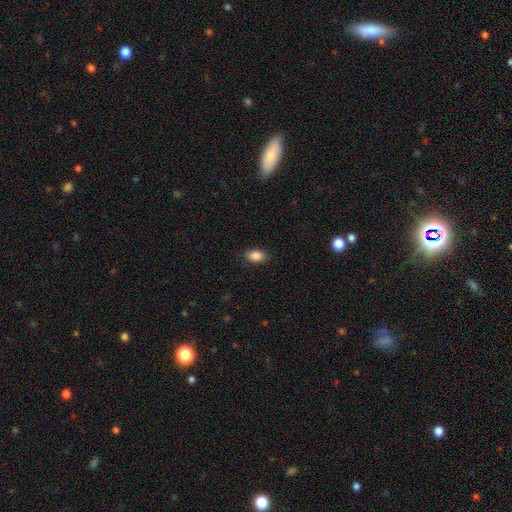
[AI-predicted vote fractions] Morphology: type=smooth (87%); roundness=in between (87%); merging=none (87%).